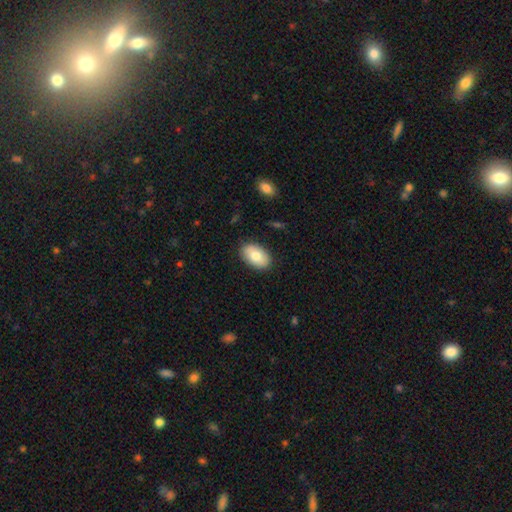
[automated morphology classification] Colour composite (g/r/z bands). It shows a smooth galaxy with no disk features (80%) that is in between round and cigar-shaped (92%). Merging: none (88%).